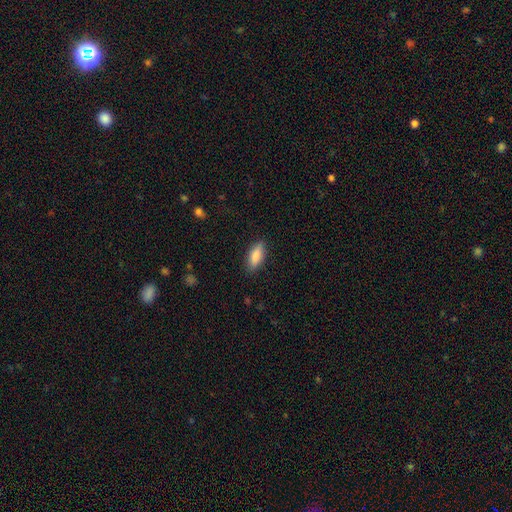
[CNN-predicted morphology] Overall: smooth (83%). How rounded: in between (73%). Merging: none (86%).